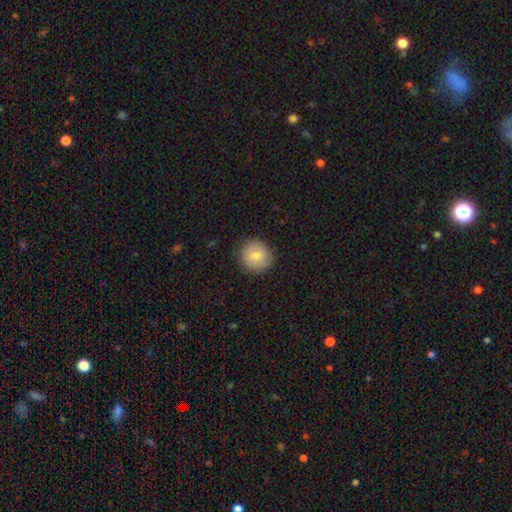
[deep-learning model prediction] smooth-or-featured: smooth: 76% | featured or disk: 16% | star or artifact: 8%
  how-rounded: round: 92% | in between: 7% | cigar-shaped: 1%
  merging: none: 89% | minor disturbance: 8% | major disturbance: 2% | merger: 1%